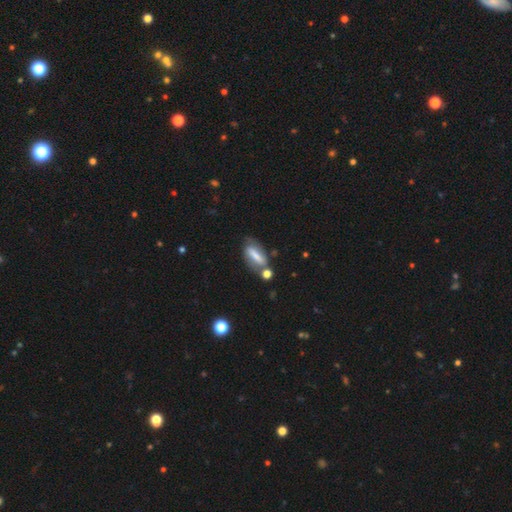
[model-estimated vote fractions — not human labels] smooth_or_featured: smooth (p=0.52) [alt: featured or disk p=0.40]
how_rounded: in between (p=0.57) [alt: cigar-shaped p=0.39]
merging: none (p=0.55) [alt: minor disturbance p=0.22]